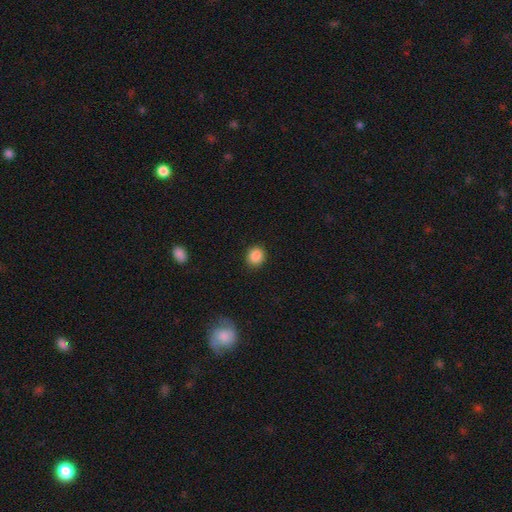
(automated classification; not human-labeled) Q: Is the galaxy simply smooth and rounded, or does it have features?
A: smooth — 87%.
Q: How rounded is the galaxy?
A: round — 78%.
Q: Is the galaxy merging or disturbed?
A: none — 88%.